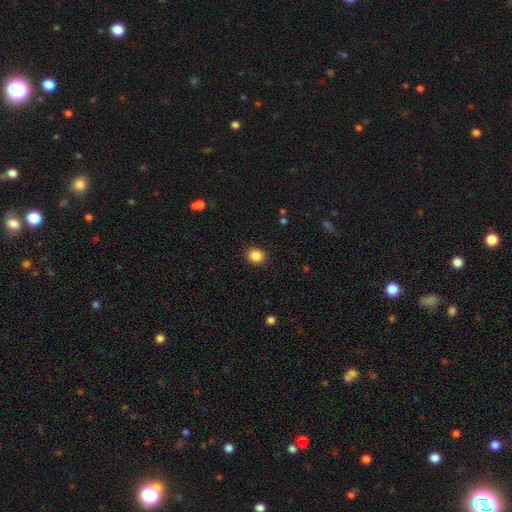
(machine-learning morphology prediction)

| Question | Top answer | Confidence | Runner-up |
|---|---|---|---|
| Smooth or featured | smooth | 87% | star or artifact (10%) |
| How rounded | round | 74% | in between (25%) |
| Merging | none | 91% | minor disturbance (6%) |